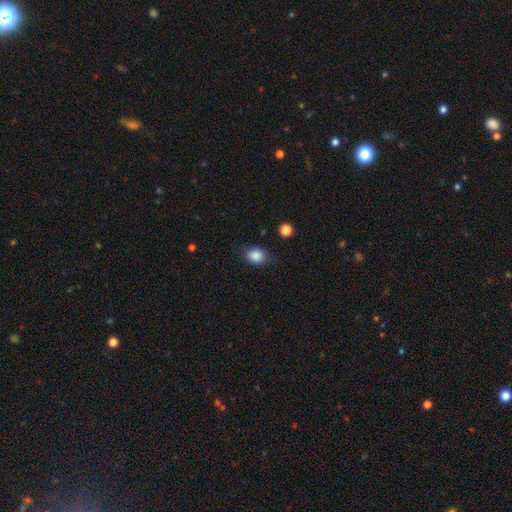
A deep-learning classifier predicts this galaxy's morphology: A smooth galaxy with no disk features (85%) that is in between round and cigar-shaped (56%).

Vote fractions:
- Smooth or featured? smooth: 85% / star or artifact: 9% / featured or disk: 6%
- How rounded? in between: 56% / round: 42% / cigar-shaped: 1%
- Merging? none: 73% / minor disturbance: 20% / major disturbance: 5% / merger: 2%